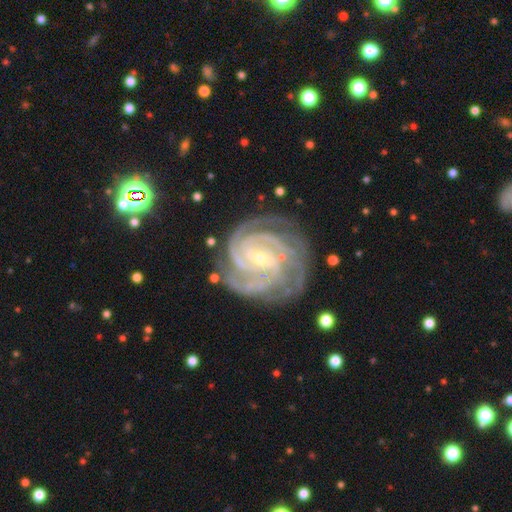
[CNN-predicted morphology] The model was most divided on "spiral arm count": 4: 30%, 3: 26%, 2: 14%, can't tell: 14%, more than 4: 9%, 1: 7%. Remaining: spiral arms — yes (99%); edge-on disk — no (98%); smooth or featured — featured or disk (92%); merging — none (78%); spiral winding — tight (77%); bulge size — small (71%); bar — weak (43%).